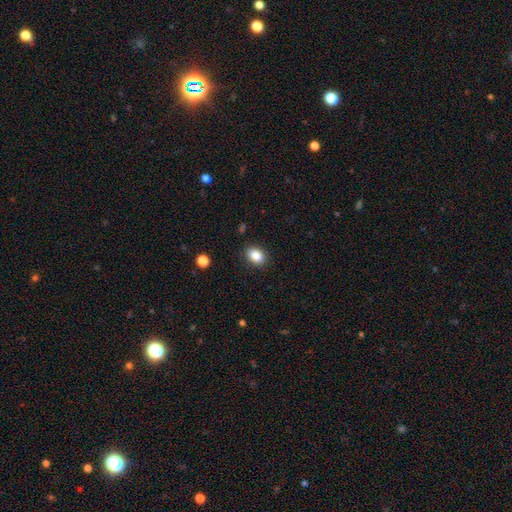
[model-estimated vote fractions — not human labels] The model was most divided on "how rounded": in between: 70%, round: 29%, cigar-shaped: 1%. More confident: merging — none (88%); smooth or featured — smooth (86%).